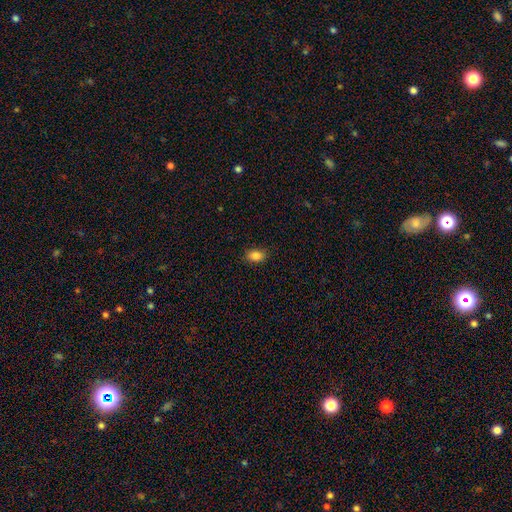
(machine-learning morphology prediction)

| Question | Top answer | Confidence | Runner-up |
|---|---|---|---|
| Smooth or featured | smooth | 86% | star or artifact (9%) |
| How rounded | in between | 86% | round (12%) |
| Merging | none | 86% | minor disturbance (10%) |